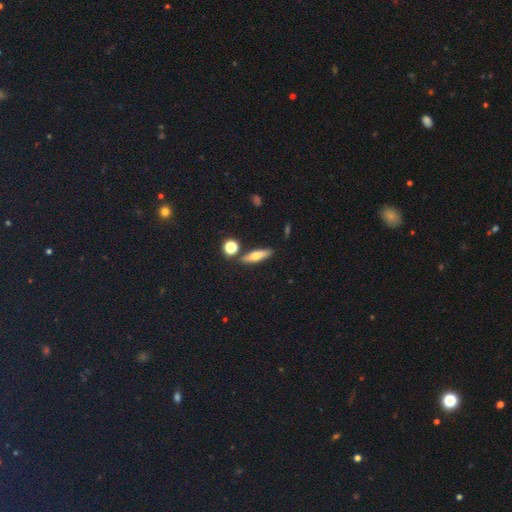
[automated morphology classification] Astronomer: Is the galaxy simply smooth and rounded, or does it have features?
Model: smooth — 59%.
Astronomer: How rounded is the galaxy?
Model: cigar-shaped — 64%.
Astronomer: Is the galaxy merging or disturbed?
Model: none — 81%.